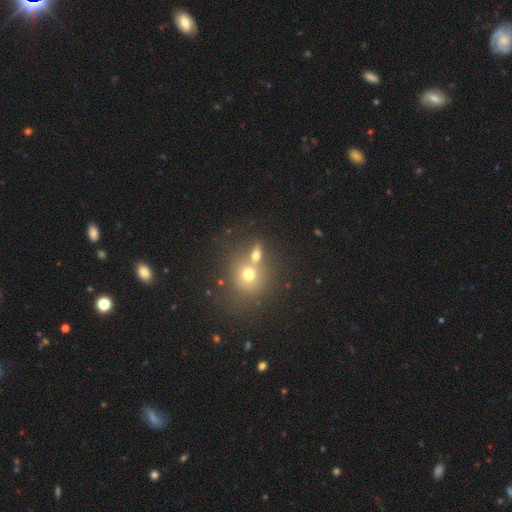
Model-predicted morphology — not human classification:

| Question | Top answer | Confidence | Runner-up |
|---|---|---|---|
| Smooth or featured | smooth | 66% | featured or disk (19%) |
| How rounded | round | 56% | in between (39%) |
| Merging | merger | 45% | none (41%) |